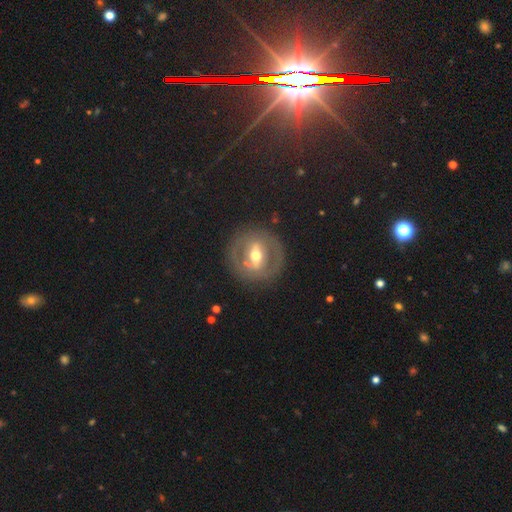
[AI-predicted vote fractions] This is likely a featured or disk galaxy (72%). It is clearly not viewed edge-on (88%). Bar: possibly strong (57%). Spiral arm pattern: likely no (68%). Central bulge: likely moderate (72%). Merging: clearly none (81%).